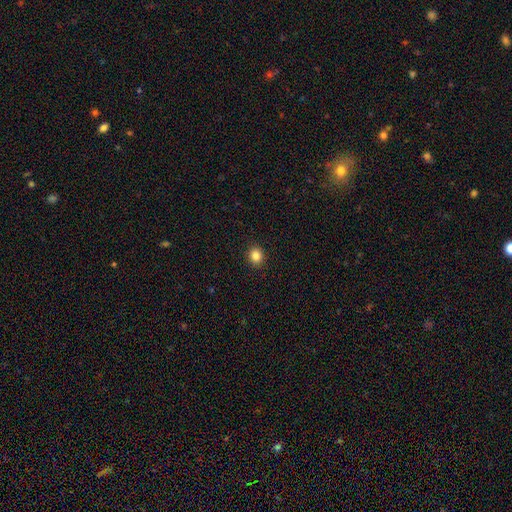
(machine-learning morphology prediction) The model was most divided on "how rounded": round: 79%, in between: 21%, cigar-shaped: 1%. More confident: merging — none (93%); smooth or featured — smooth (84%).